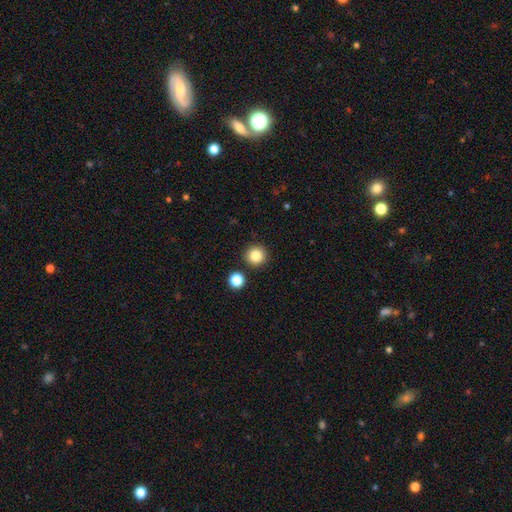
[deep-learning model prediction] Smooth or featured?
  - smooth: 85% *
  - star or artifact: 10%
  - featured or disk: 4%
How rounded?
  - round: 95% *
  - in between: 4%
  - cigar-shaped: 1%
Merging?
  - none: 89% *
  - minor disturbance: 5%
  - merger: 4%
  - major disturbance: 2%